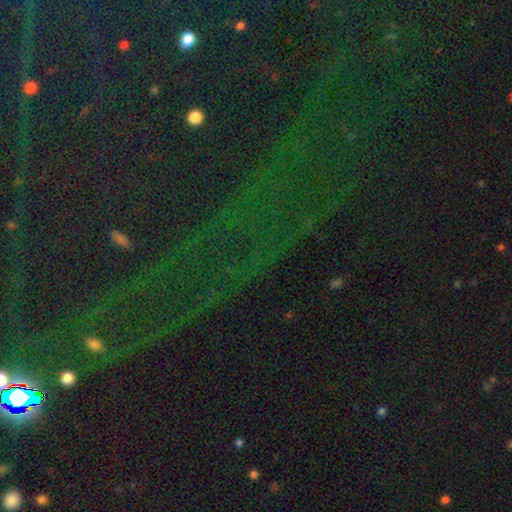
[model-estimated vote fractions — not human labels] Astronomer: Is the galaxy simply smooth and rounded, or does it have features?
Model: star or artifact — 81%.